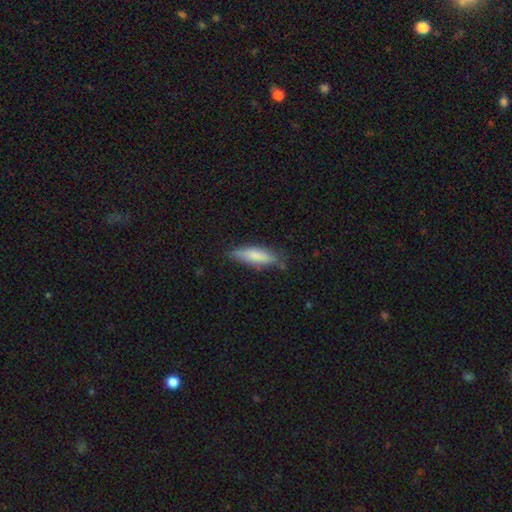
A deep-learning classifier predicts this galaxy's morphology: type=smooth (72%); roundness=cigar-shaped (60%); merging=none (73%).